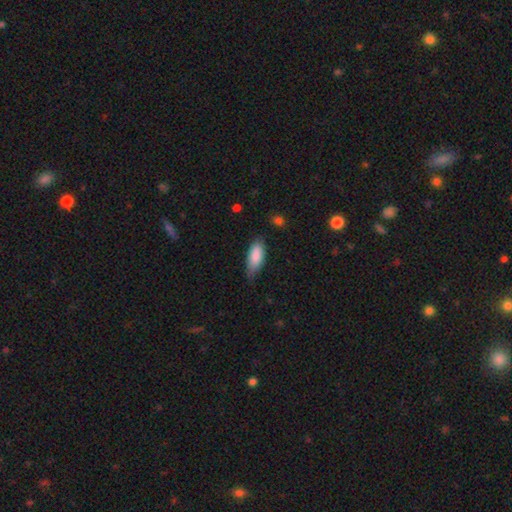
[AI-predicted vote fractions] Morphology: type=smooth (86%); roundness=in between (83%); merging=none (57%).